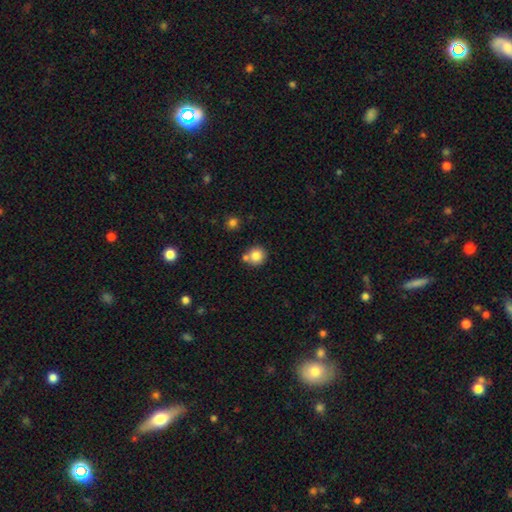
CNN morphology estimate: A smooth galaxy with no disk features (81%) that is round (90%). Merging: none (63%).